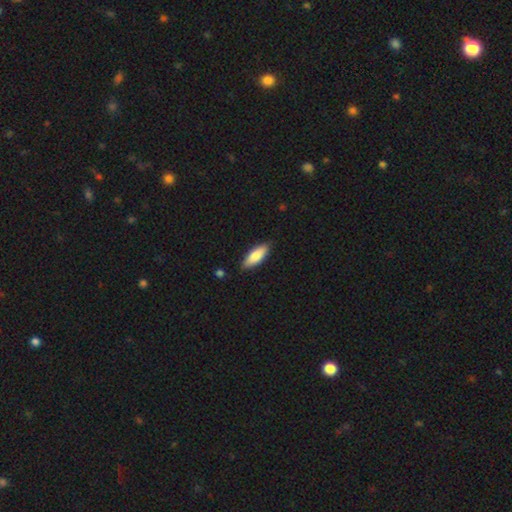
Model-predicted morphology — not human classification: This appears to be a smooth galaxy with no disk features (80%) that is in between round and cigar-shaped (65%). Merging: none (85%).